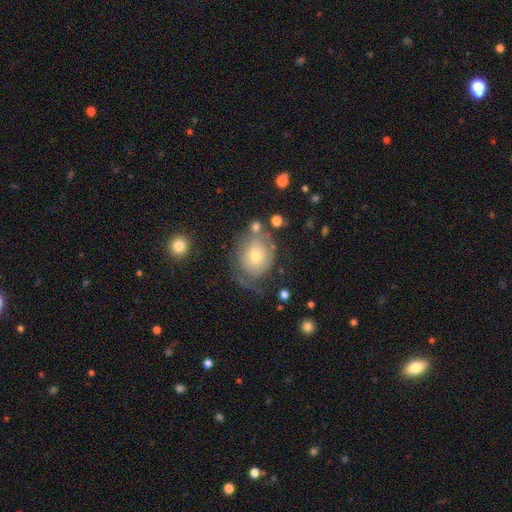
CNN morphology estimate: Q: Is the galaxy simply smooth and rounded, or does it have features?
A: smooth — 50%.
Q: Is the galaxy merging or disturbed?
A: none — 48%.